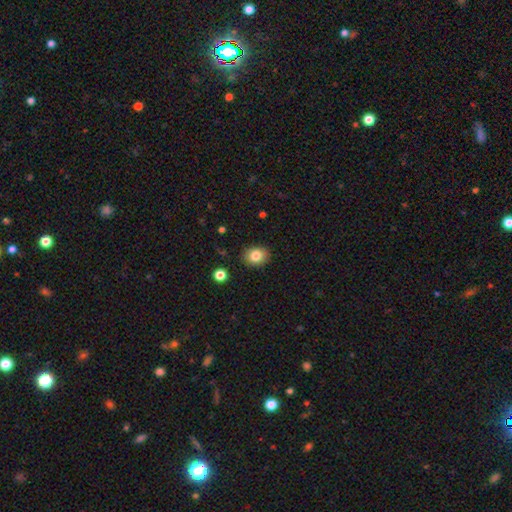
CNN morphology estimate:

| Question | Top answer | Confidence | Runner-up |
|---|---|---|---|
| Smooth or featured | smooth | 83% | star or artifact (9%) |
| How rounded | in between | 50% | round (49%) |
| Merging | none | 89% | minor disturbance (8%) |